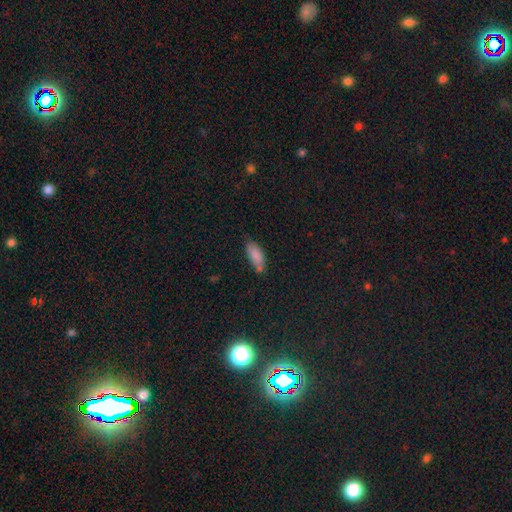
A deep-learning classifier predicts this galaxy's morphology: This is clearly a smooth galaxy (85%). How rounded: likely in between (77%). Merging: possibly none (59%).